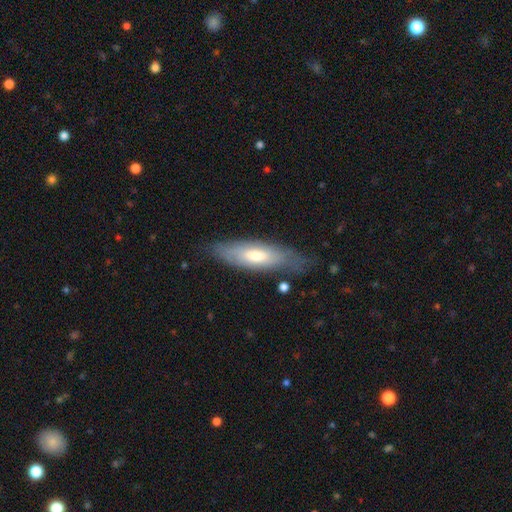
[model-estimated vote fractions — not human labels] smooth 56%, featured or disk 38%, star or artifact 6%. Down the decision tree: how rounded — in between (58%); merging — none (68%).